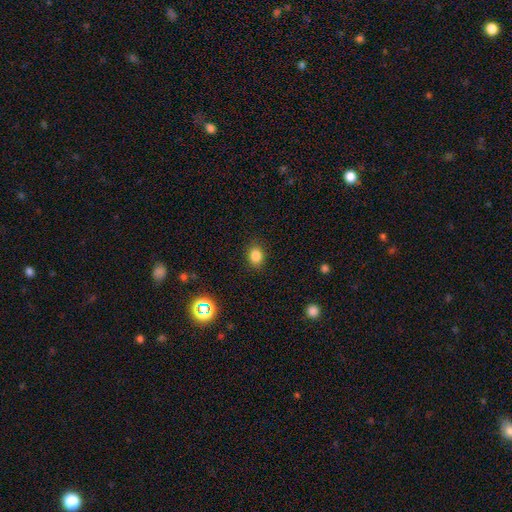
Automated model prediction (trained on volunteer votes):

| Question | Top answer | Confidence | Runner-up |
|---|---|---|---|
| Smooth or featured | smooth | 83% | star or artifact (12%) |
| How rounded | in between | 55% | round (44%) |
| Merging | none | 88% | minor disturbance (9%) |